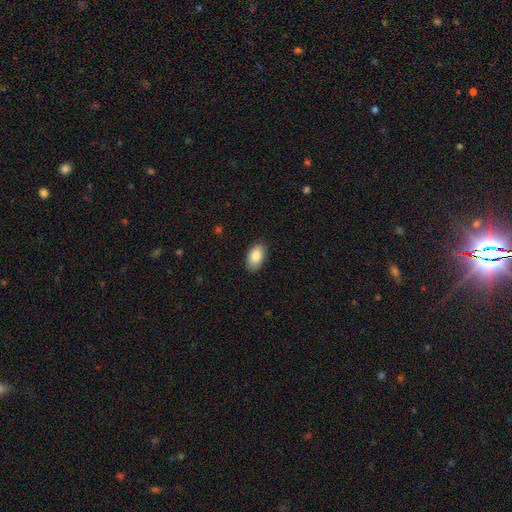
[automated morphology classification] The model was most divided on "merging": none: 85%, minor disturbance: 12%, major disturbance: 2%, merger: 1%. More confident: how rounded — in between (94%); smooth or featured — smooth (87%).